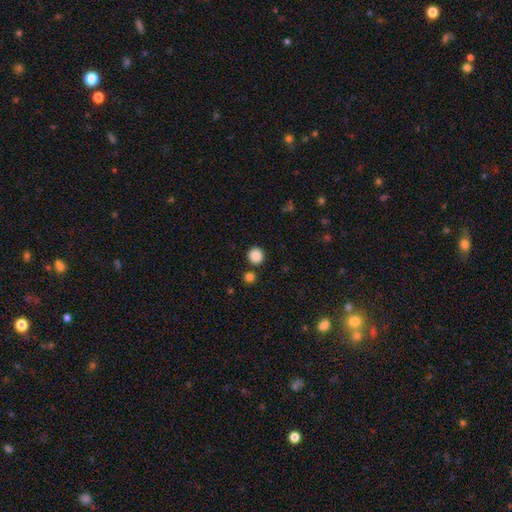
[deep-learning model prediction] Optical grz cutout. It shows a smooth galaxy with no disk features (87%) that is round (91%). Merging: none (85%).